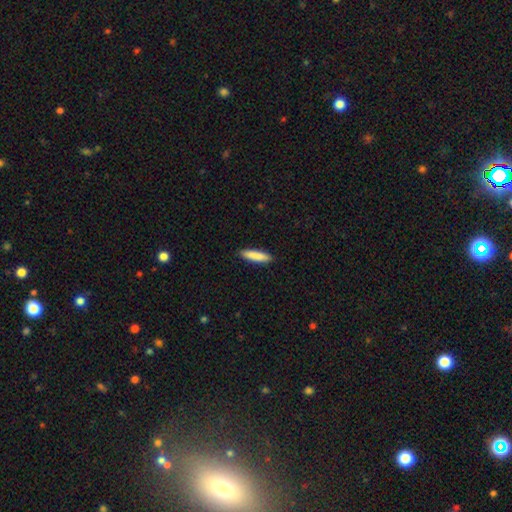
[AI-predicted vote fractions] smooth_or_featured: smooth (p=0.87) [alt: featured or disk p=0.08]
how_rounded: cigar-shaped (p=0.78) [alt: in between p=0.20]
merging: none (p=0.90) [alt: minor disturbance p=0.07]